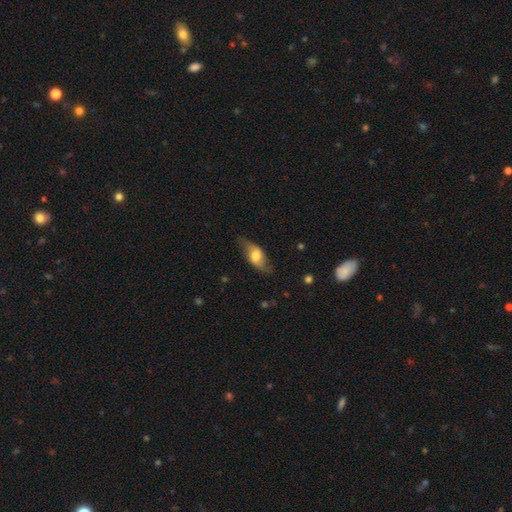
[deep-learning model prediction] Morphology: type=smooth (48%); merging=none (70%).